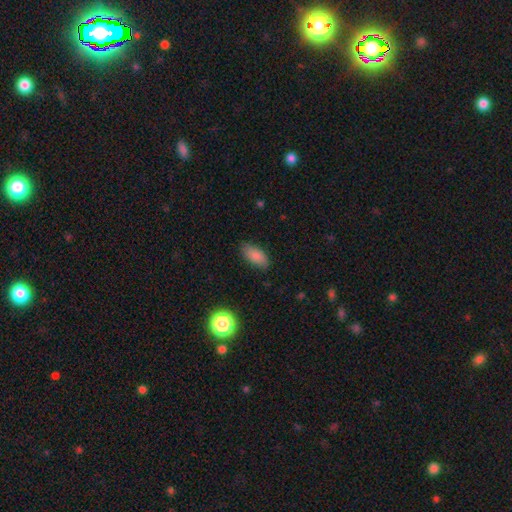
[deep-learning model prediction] Smooth or featured?
  - smooth: 84% *
  - star or artifact: 8%
  - featured or disk: 7%
How rounded?
  - in between: 90% *
  - cigar-shaped: 7%
  - round: 3%
Merging?
  - none: 84% *
  - minor disturbance: 13%
  - major disturbance: 3%
  - merger: 1%